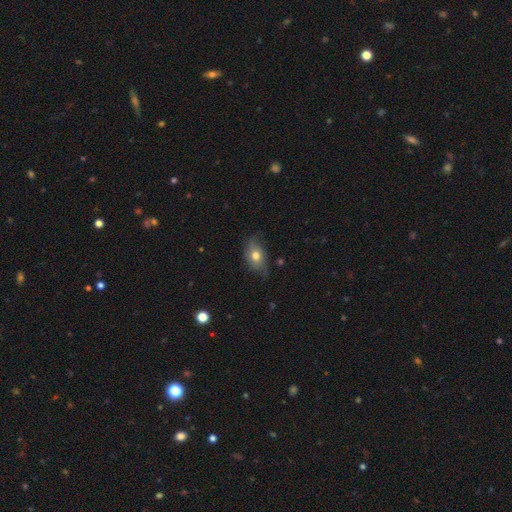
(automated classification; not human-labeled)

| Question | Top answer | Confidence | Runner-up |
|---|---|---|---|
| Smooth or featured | smooth | 66% | featured or disk (25%) |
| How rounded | in between | 81% | round (16%) |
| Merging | none | 64% | minor disturbance (28%) |